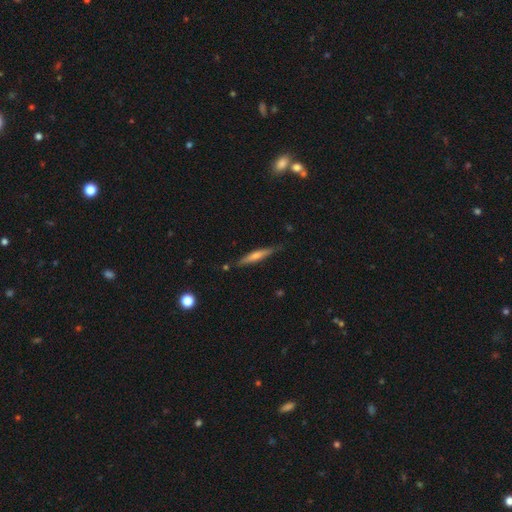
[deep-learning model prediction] smooth_or_featured: featured or disk (p=0.56) [alt: smooth p=0.37]
disk_edge_on: yes (p=0.95) [alt: no p=0.05]
edge_on_bulge: rounded (p=0.62) [alt: none p=0.27]
merging: none (p=0.85) [alt: minor disturbance p=0.11]